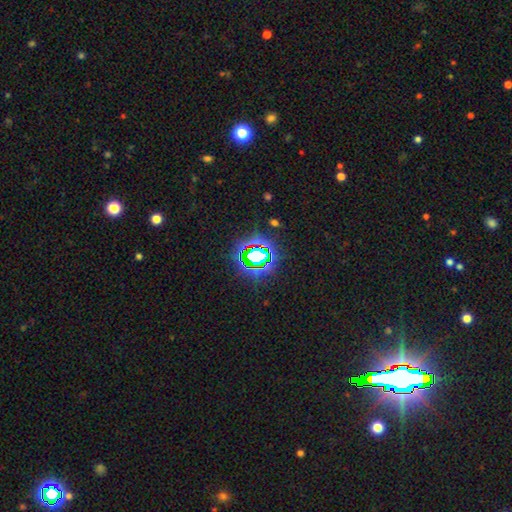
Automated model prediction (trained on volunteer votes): This appears to be a star or artifact, not a galaxy (74%).